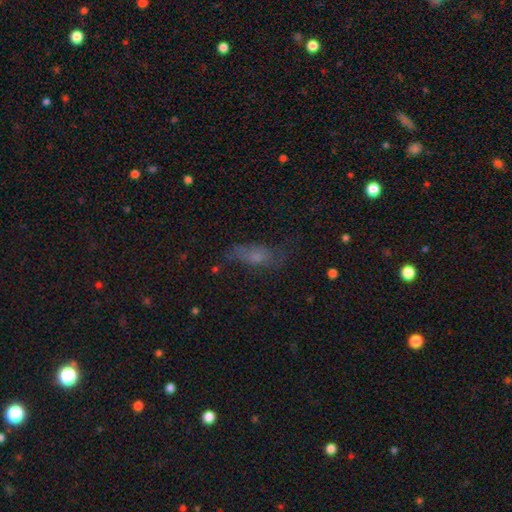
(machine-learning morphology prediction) smooth-or-featured: smooth: 51% | featured or disk: 32% | star or artifact: 17%
  how-rounded: in between: 67% | cigar-shaped: 28% | round: 5%
  merging: none: 49% | minor disturbance: 26% | major disturbance: 23% | merger: 3%